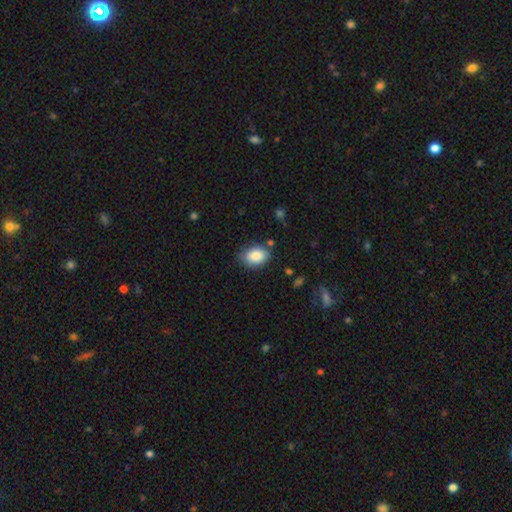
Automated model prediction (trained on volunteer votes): Smooth or featured: smooth — 86% (star or artifact — 8%)
How rounded: in between — 81% (round — 18%)
Merging: none — 79% (minor disturbance — 15%)